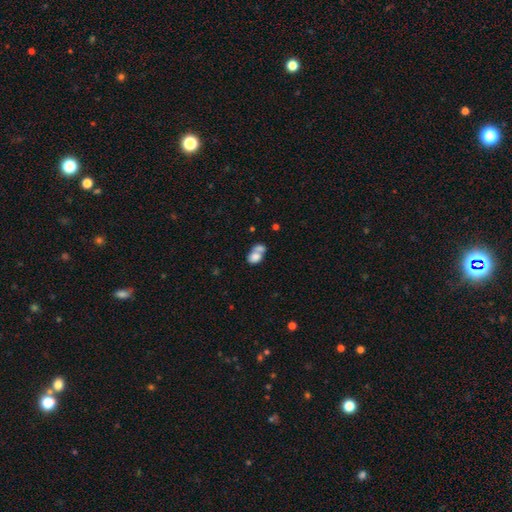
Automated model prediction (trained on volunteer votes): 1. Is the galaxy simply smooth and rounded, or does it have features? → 76% smooth, 16% featured or disk, 9% star or artifact.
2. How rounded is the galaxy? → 68% in between, 31% round, 1% cigar-shaped.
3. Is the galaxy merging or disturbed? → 66% merger, 20% none, 8% minor disturbance, 6% major disturbance.